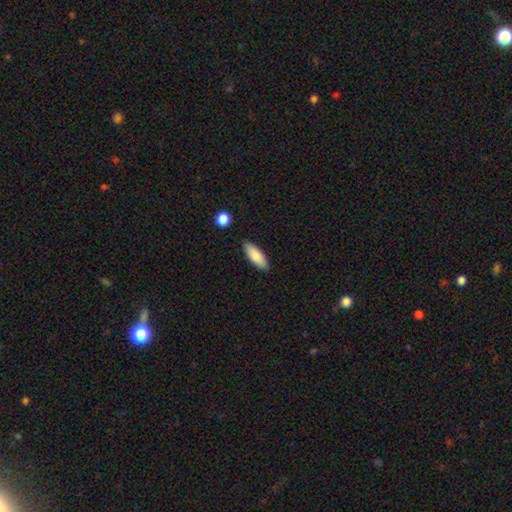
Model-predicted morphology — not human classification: Smooth or featured? smooth (84%)
How rounded? in between (67%)
Merging? none (87%)